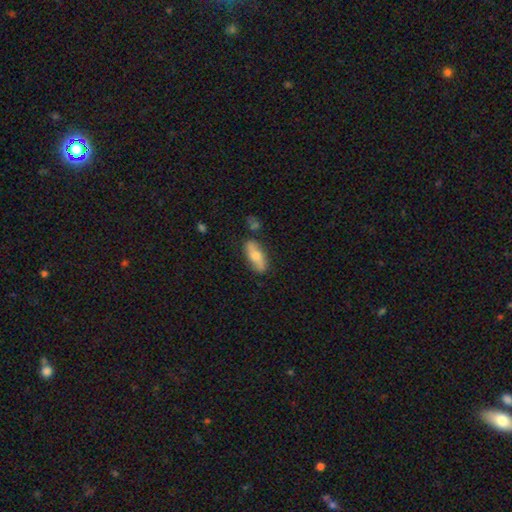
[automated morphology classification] This is possibly a smooth galaxy (56%). How rounded: likely in between (66%). Merging: likely none (76%).